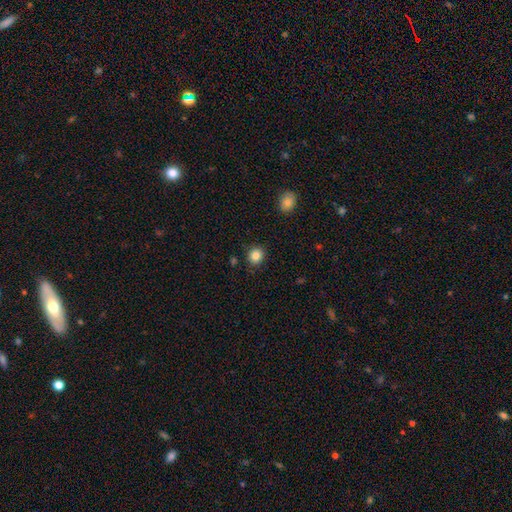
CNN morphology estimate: Overall: smooth (84%). How rounded: round (83%). Merging: none (88%).